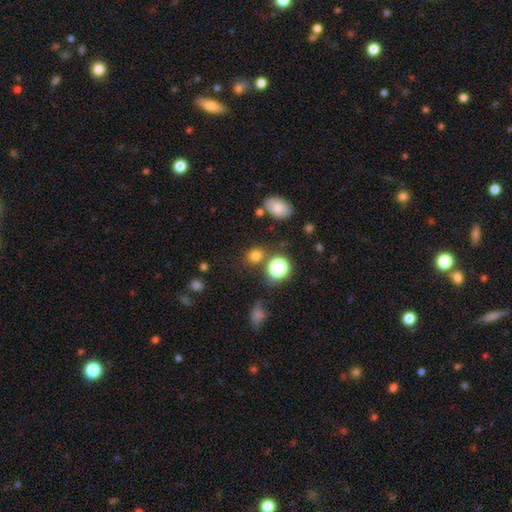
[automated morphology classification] A smooth galaxy with no disk features (74%) that is round (63%). Merging: none (78%).